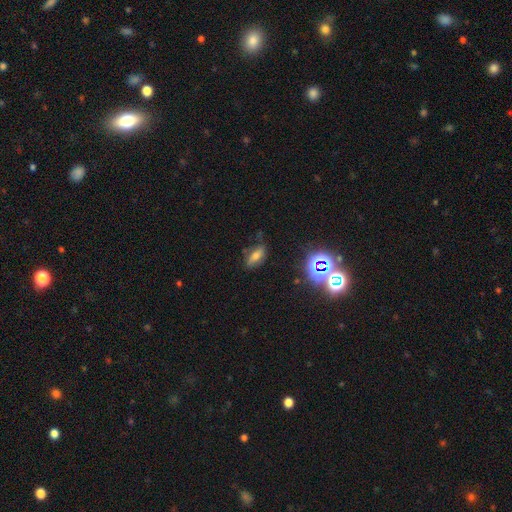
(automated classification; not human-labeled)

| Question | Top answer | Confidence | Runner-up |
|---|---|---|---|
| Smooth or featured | smooth | 59% | star or artifact (21%) |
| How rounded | in between | 79% | cigar-shaped (15%) |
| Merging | none | 65% | minor disturbance (24%) |